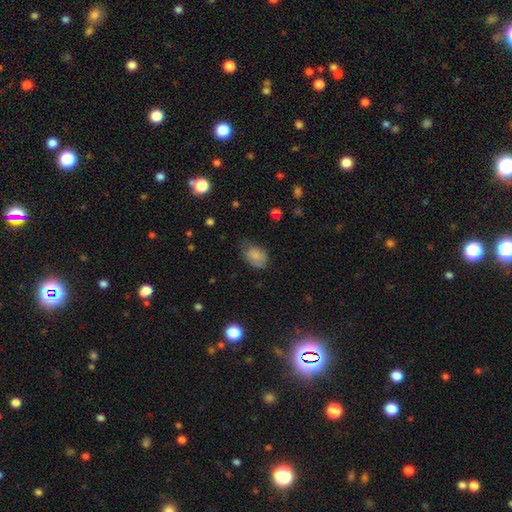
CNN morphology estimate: A smooth galaxy with no disk features (79%) that is in between round and cigar-shaped (79%).

Vote fractions:
- Smooth or featured? smooth: 79% / featured or disk: 12% / star or artifact: 9%
- How rounded? in between: 79% / round: 19% / cigar-shaped: 1%
- Merging? none: 53% / minor disturbance: 35% / major disturbance: 10% / merger: 2%